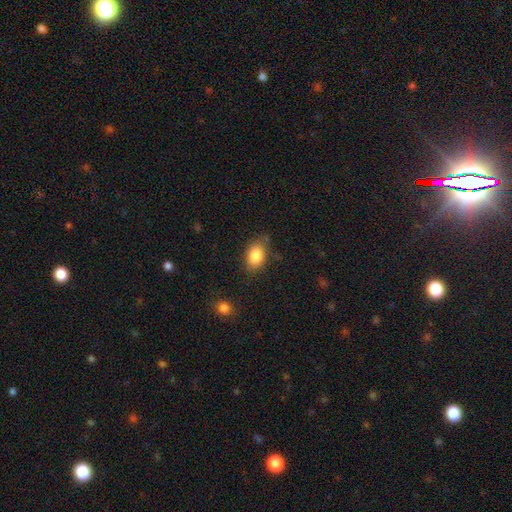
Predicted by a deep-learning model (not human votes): A smooth galaxy with no disk features (85%) that is in between round and cigar-shaped (85%).

Vote fractions:
- Smooth or featured? smooth: 85% / featured or disk: 8% / star or artifact: 8%
- How rounded? in between: 85% / round: 13% / cigar-shaped: 2%
- Merging? none: 76% / minor disturbance: 17% / major disturbance: 4% / merger: 3%